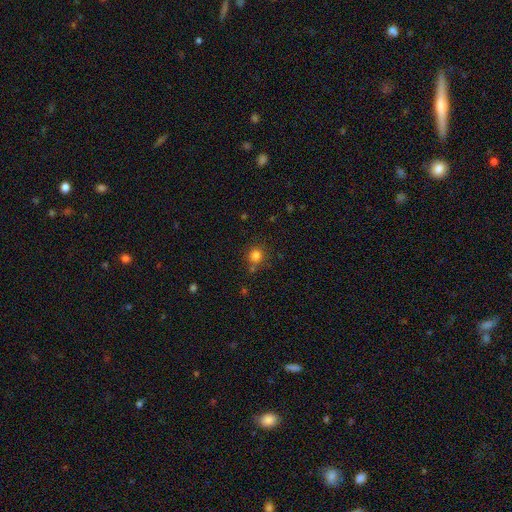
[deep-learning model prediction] The model was most divided on "merging": none: 76%, minor disturbance: 12%, merger: 8%, major disturbance: 4%. More confident: how rounded — round (85%); smooth or featured — smooth (81%).